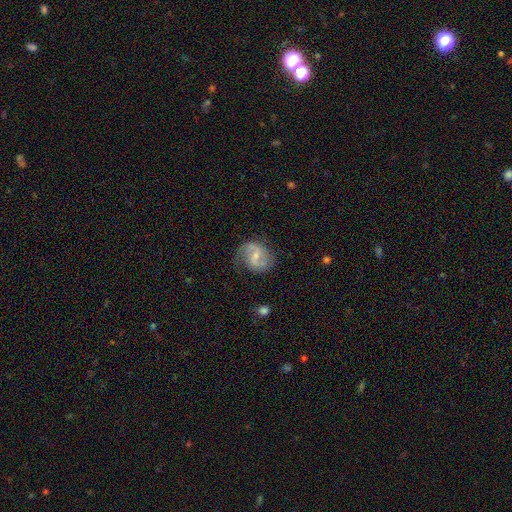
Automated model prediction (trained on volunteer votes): A featured or disk galaxy (77%) with a weak bar (54%), 2 (88%) medium (49%) spiral arms (93%) and a small central bulge (56%). Merging: none (71%).